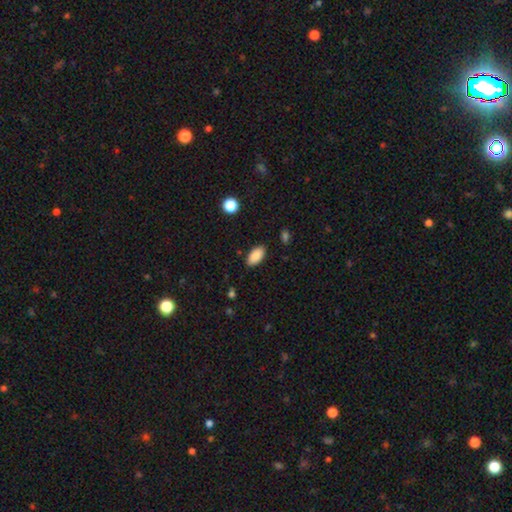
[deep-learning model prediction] smooth_or_featured: smooth (p=0.89) [alt: star or artifact p=0.07]
how_rounded: in between (p=0.94) [alt: cigar-shaped p=0.03]
merging: none (p=0.87) [alt: minor disturbance p=0.09]